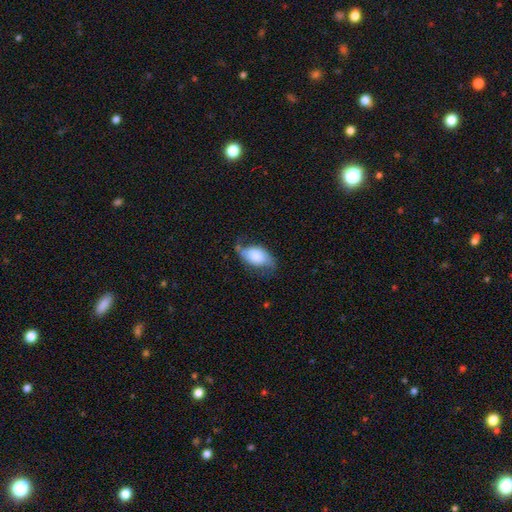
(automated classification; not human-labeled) A featured or disk galaxy (51%). Merging: none (52%).